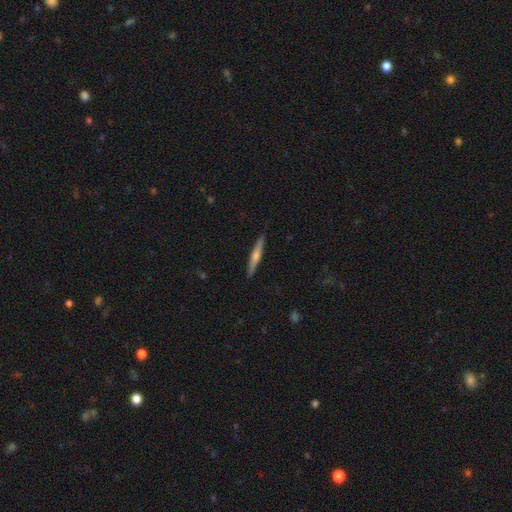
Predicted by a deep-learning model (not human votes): Overall: featured or disk (62%; smooth 31%). Edge-on disk: yes (97%). Edge-on bulge: rounded (84%). Merging: none (91%).